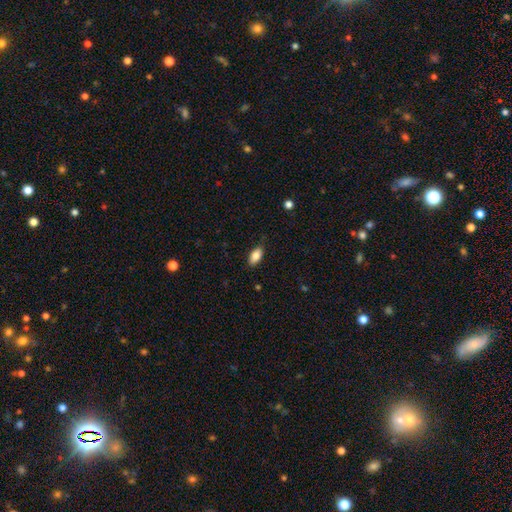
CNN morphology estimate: Smooth or featured? Predicted: smooth (p=0.84). How rounded? Predicted: in between (p=0.91). Merging? Predicted: none (p=0.82).